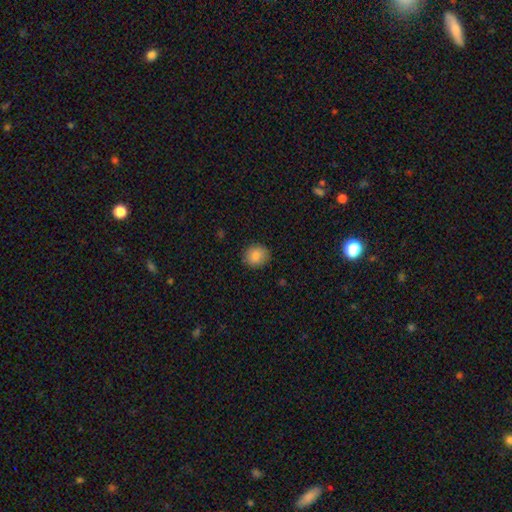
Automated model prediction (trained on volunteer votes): This appears to be a smooth galaxy with no disk features (87%) that is round (81%). Merging: none (87%).